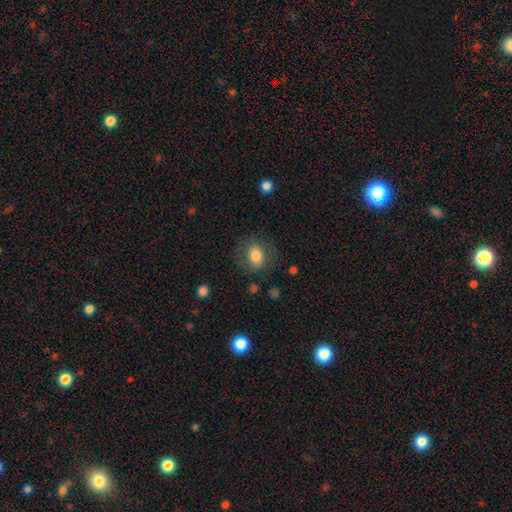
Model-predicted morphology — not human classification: A smooth galaxy with no disk features (79%) that is in between round and cigar-shaped (55%).

Vote fractions:
- Smooth or featured? smooth: 79% / featured or disk: 13% / star or artifact: 9%
- How rounded? in between: 55% / round: 44% / cigar-shaped: 1%
- Merging? none: 75% / minor disturbance: 15% / major disturbance: 8% / merger: 2%